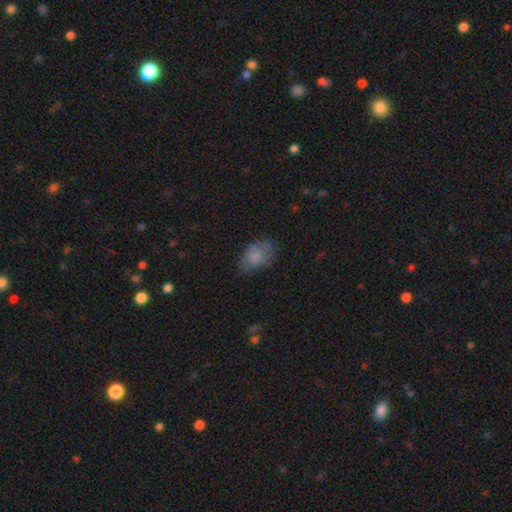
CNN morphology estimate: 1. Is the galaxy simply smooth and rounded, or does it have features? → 76% smooth, 15% featured or disk, 9% star or artifact.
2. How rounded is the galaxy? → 85% in between, 13% round, 1% cigar-shaped.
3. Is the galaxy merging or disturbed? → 61% none, 26% minor disturbance, 11% major disturbance, 2% merger.